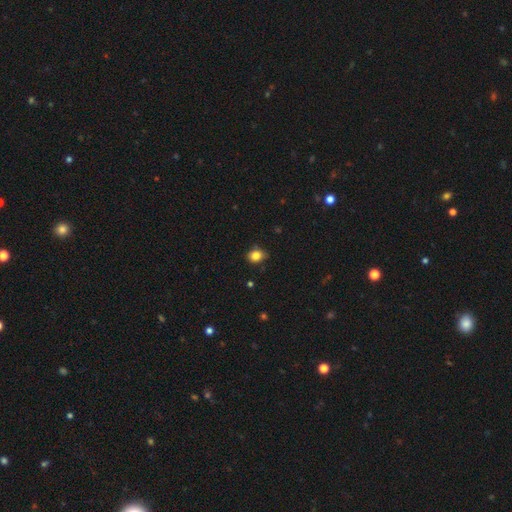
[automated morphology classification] A smooth galaxy with no disk features (83%) that is round (50%). Merging: none (74%).